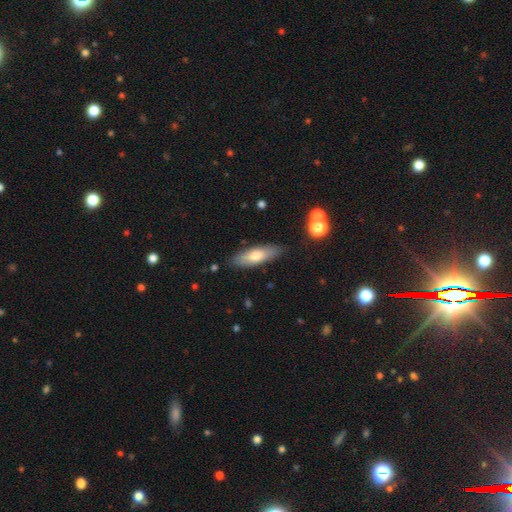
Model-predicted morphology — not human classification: Smooth or featured? Predicted: smooth (p=0.68). How rounded? Predicted: in between (p=0.52). Merging? Predicted: none (p=0.85).